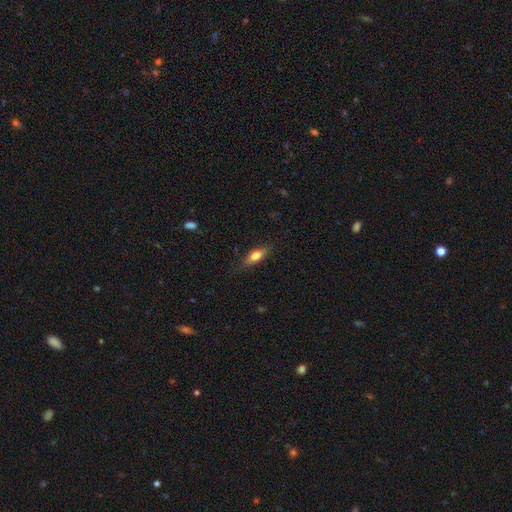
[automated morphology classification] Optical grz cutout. It shows a smooth galaxy with no disk features (74%) that is in between round and cigar-shaped (69%). Merging: none (79%).